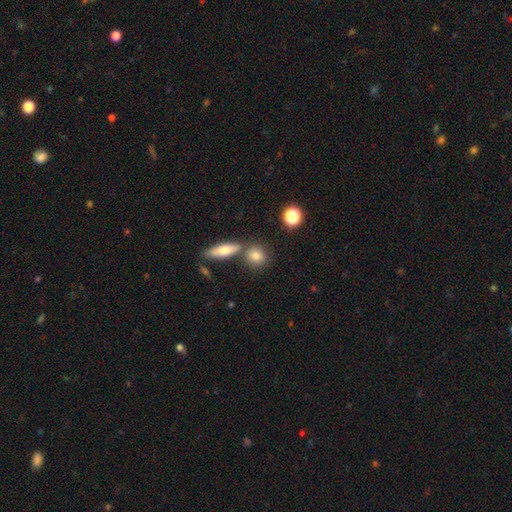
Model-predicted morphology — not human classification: This appears to be a smooth galaxy with no disk features (79%) that is round (76%). Merging: none (69%).